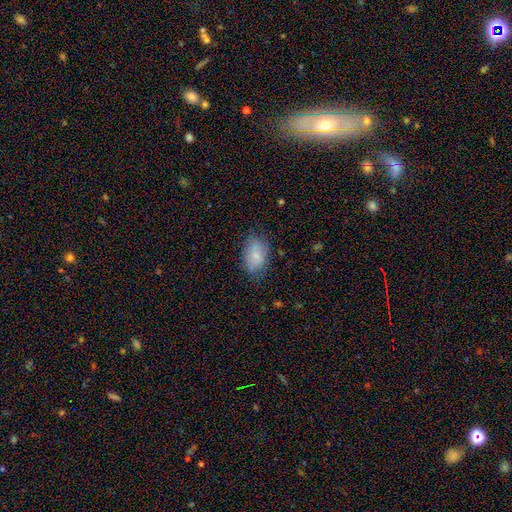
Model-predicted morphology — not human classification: smooth-or-featured: smooth: 75% | featured or disk: 17% | star or artifact: 7%
  how-rounded: in between: 90% | round: 9% | cigar-shaped: 1%
  merging: none: 72% | minor disturbance: 21% | major disturbance: 6% | merger: 1%